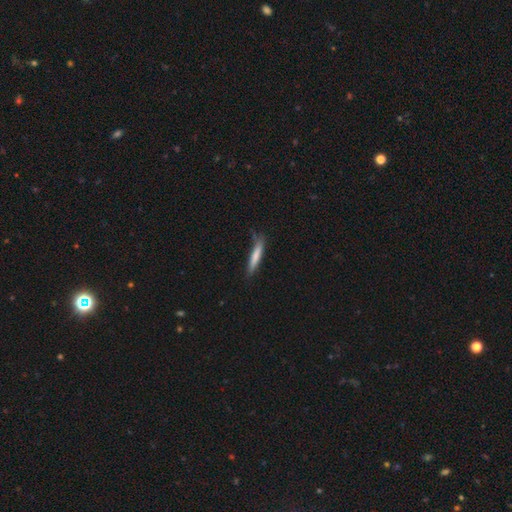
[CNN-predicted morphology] type=smooth (74%); roundness=cigar-shaped (92%); merging=none (78%).